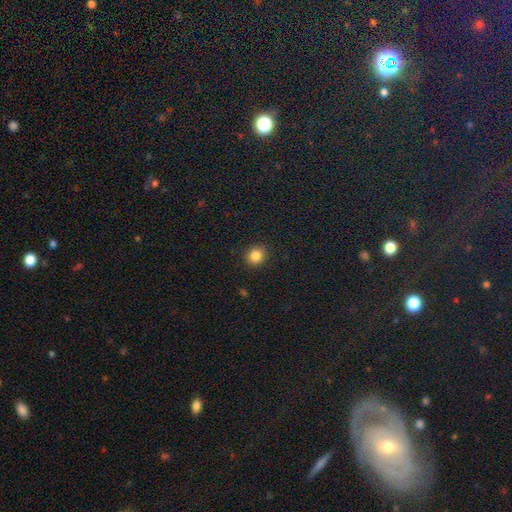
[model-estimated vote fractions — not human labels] Morphology: type=smooth (85%); roundness=round (85%); merging=none (91%).